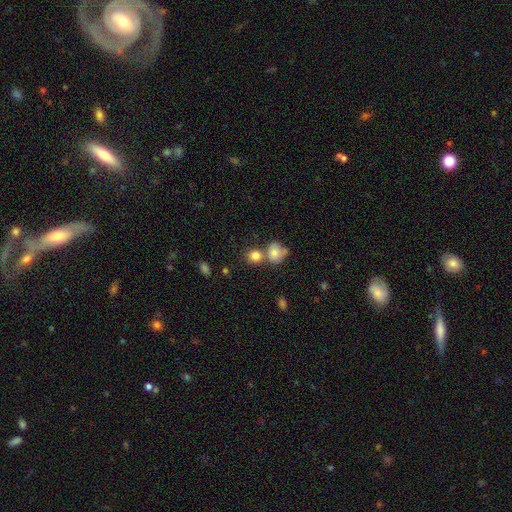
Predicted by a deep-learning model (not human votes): This appears to be a smooth galaxy with no disk features (81%) that is round (81%). Merging: none (53%).